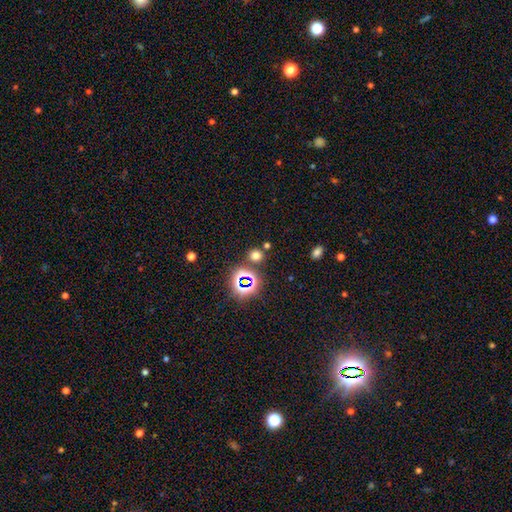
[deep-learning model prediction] A smooth galaxy with no disk features (62%) that is round (84%).

Vote fractions:
- Smooth or featured? smooth: 62% / star or artifact: 32% / featured or disk: 7%
- How rounded? round: 84% / in between: 15% / cigar-shaped: 1%
- Merging? none: 80% / merger: 9% / minor disturbance: 7% / major disturbance: 3%